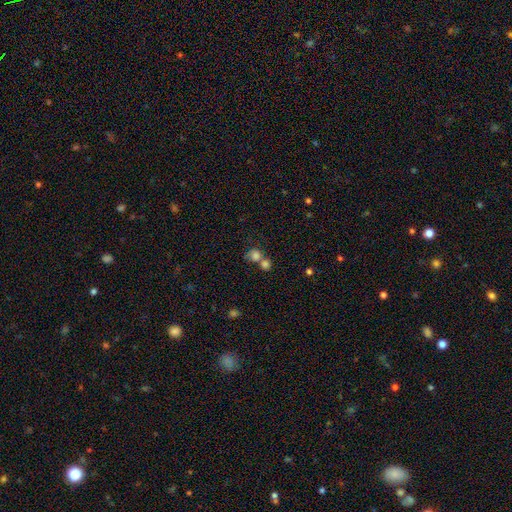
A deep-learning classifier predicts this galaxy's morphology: The model was most divided on "merging": merger: 51%, none: 35%, minor disturbance: 9%, major disturbance: 5%. More confident: smooth or featured — smooth (79%); how rounded — round (76%).